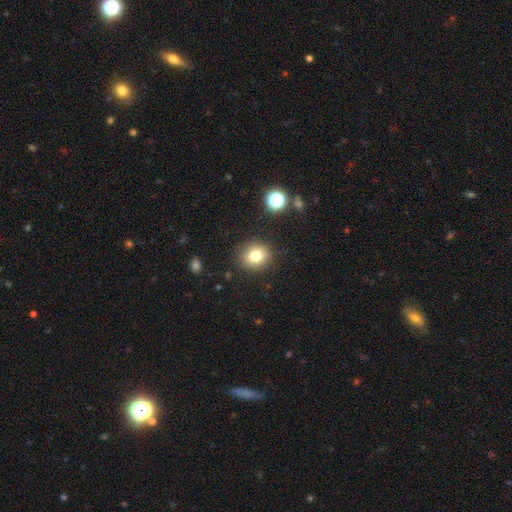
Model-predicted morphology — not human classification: Smooth or featured: smooth — 78% (star or artifact — 12%)
How rounded: round — 76% (in between — 23%)
Merging: none — 88% (minor disturbance — 8%)